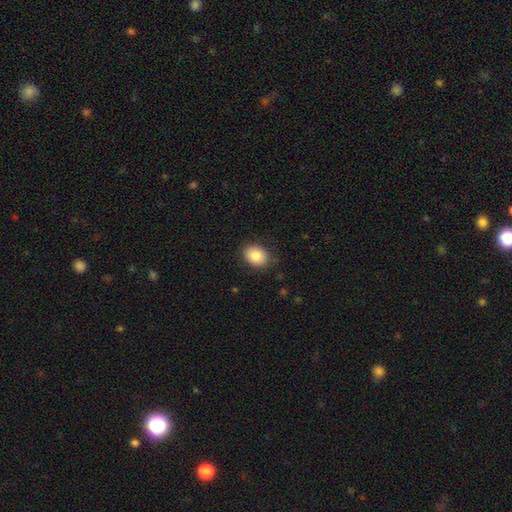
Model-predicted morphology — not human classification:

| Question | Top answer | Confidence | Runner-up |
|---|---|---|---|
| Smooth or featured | smooth | 83% | featured or disk (9%) |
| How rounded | in between | 64% | round (36%) |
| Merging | none | 82% | minor disturbance (14%) |